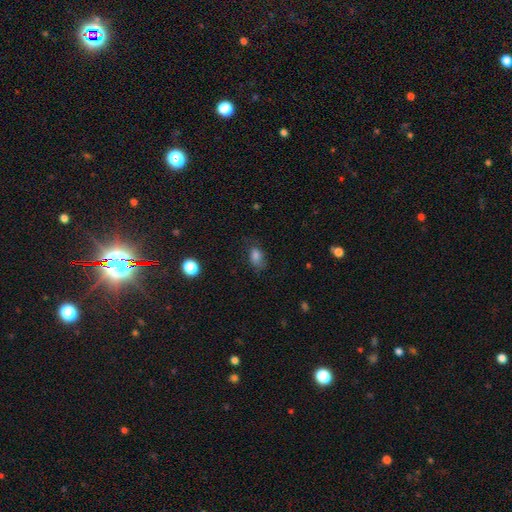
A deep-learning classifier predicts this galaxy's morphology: A smooth galaxy with no disk features (80%) that is in between round and cigar-shaped (84%). Merging: none (58%).